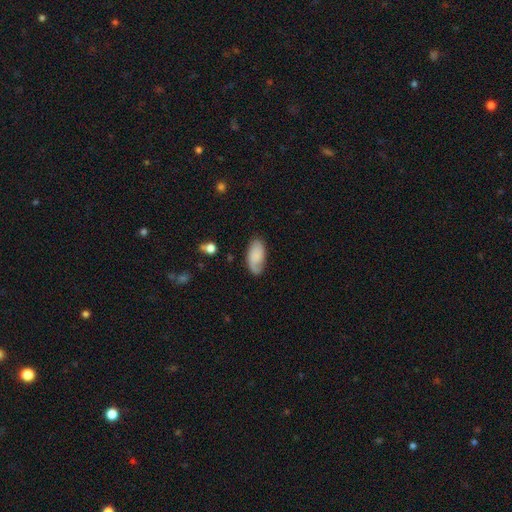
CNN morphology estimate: type=smooth (65%); roundness=in between (94%); merging=none (69%).